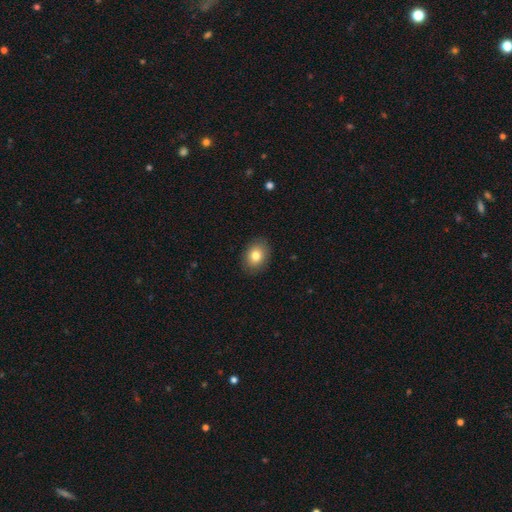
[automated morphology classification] Q: Smooth or featured?
A: smooth (80%); runner-up: featured or disk (10%)
Q: How rounded?
A: in between (55%); runner-up: round (44%)
Q: Merging?
A: none (89%); runner-up: minor disturbance (8%)